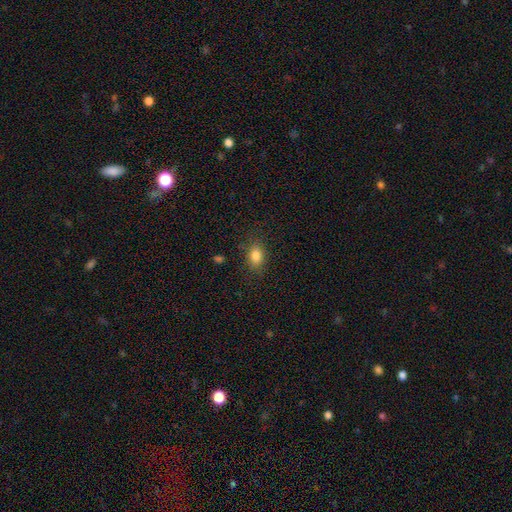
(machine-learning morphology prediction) A smooth galaxy with no disk features (83%) that is in between round and cigar-shaped (75%). Merging: none (83%).